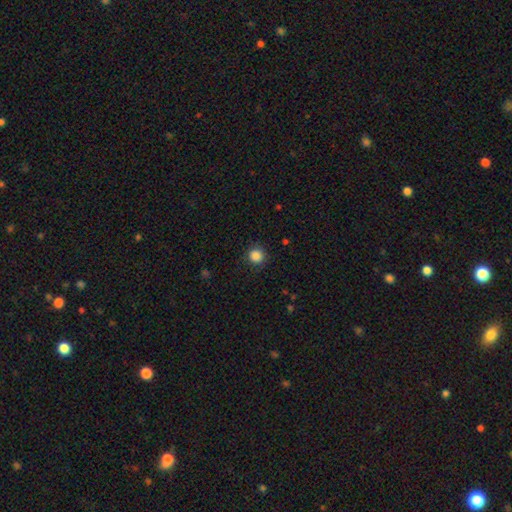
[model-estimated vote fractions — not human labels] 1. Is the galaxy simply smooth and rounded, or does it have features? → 86% smooth, 11% star or artifact, 3% featured or disk.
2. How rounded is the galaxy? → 93% round, 6% in between, 1% cigar-shaped.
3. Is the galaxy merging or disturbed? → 89% none, 8% minor disturbance, 3% major disturbance, 1% merger.